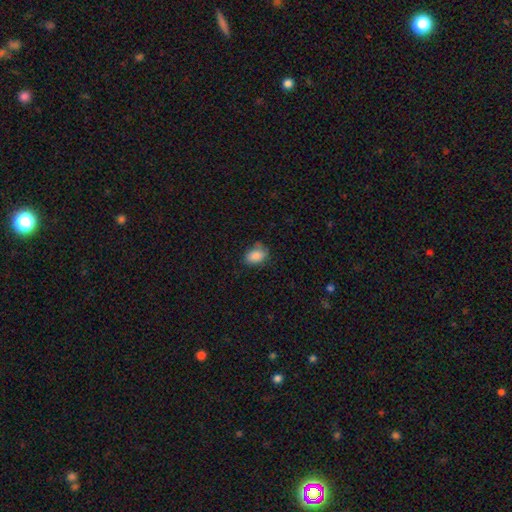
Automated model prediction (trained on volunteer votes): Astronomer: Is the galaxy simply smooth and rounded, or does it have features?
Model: smooth — 86%.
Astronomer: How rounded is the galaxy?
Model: in between — 81%.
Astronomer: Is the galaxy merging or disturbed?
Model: none — 65%.